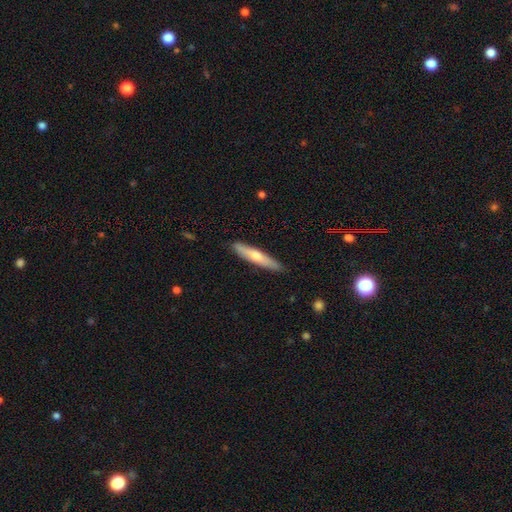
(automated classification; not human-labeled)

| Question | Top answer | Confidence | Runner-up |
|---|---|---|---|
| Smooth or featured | smooth | 54% | featured or disk (41%) |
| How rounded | cigar-shaped | 89% | in between (9%) |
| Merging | none | 86% | minor disturbance (11%) |